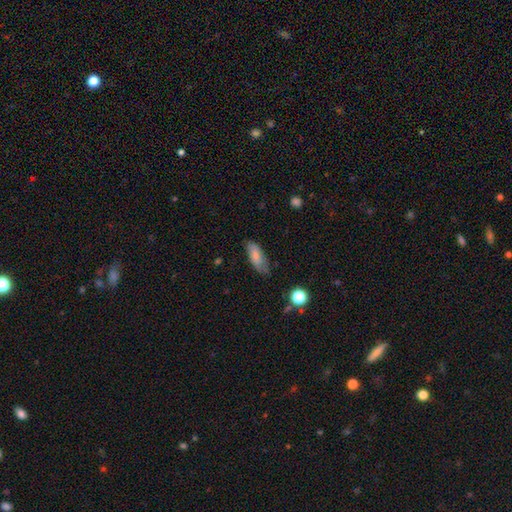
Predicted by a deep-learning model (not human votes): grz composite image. It shows a smooth galaxy with no disk features (79%) that is in between round and cigar-shaped (77%). Merging: none (62%).